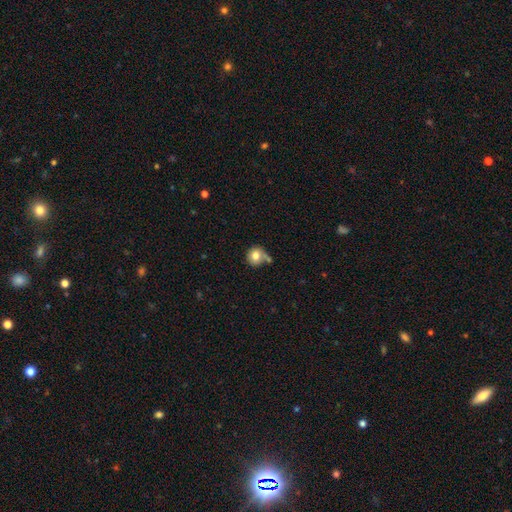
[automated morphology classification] The model was most divided on "merging": none: 53%, merger: 20%, minor disturbance: 18%, major disturbance: 8%. More confident: how rounded — round (88%); smooth or featured — smooth (78%).